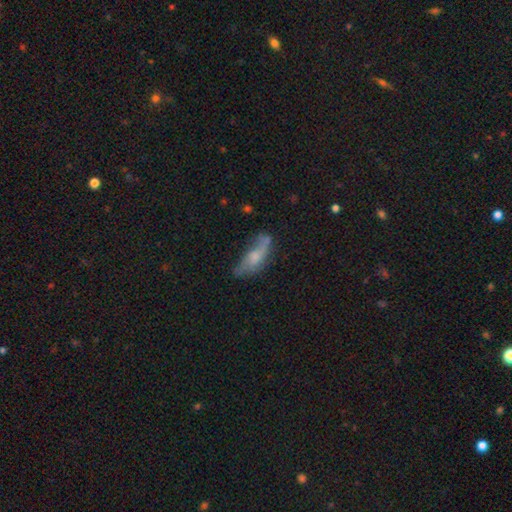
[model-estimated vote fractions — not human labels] Smooth or featured? featured or disk (48%)
Merging? none (45%)